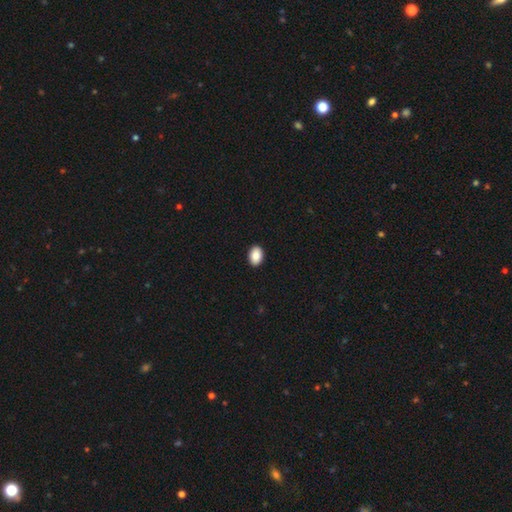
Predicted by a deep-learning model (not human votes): smooth 87%, star or artifact 7%, featured or disk 6%. Down the decision tree: how rounded — in between (79%); merging — none (91%).